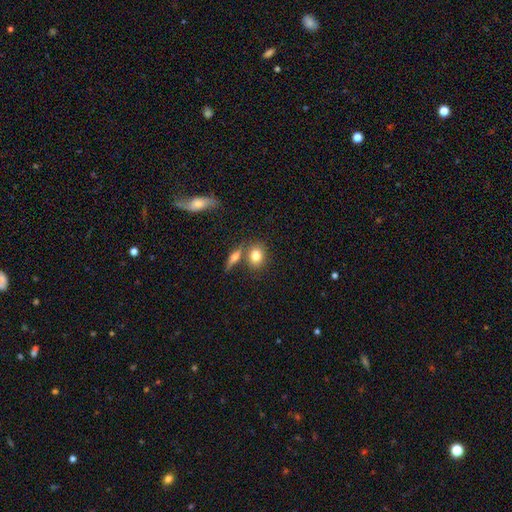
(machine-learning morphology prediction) This is likely a smooth galaxy (79%). How rounded: possibly round (53%). Merging: likely none (62%).